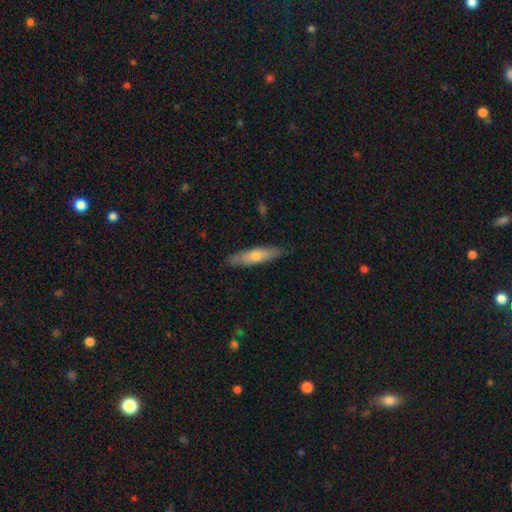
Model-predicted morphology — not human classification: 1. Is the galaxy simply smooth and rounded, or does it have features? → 60% smooth, 34% featured or disk, 6% star or artifact.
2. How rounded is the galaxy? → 72% cigar-shaped, 26% in between, 2% round.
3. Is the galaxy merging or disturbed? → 82% none, 14% minor disturbance, 2% major disturbance, 1% merger.